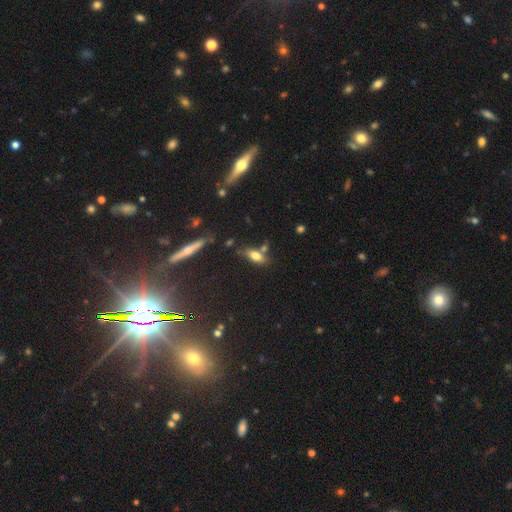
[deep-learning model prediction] smooth_or_featured: smooth (p=0.71) [alt: featured or disk p=0.19]
how_rounded: in between (p=0.74) [alt: cigar-shaped p=0.22]
merging: none (p=0.63) [alt: minor disturbance p=0.17]